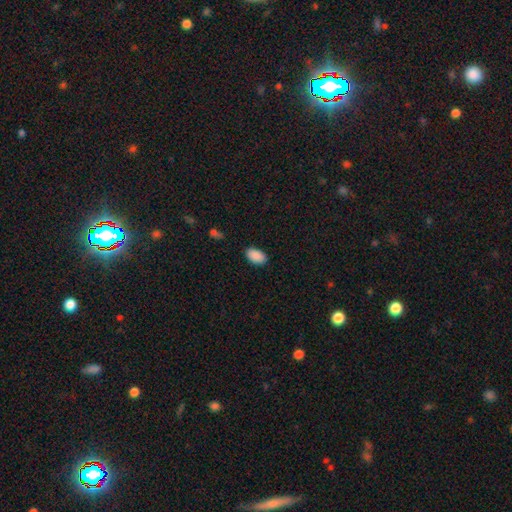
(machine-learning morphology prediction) type=smooth (90%); roundness=in between (94%); merging=none (87%).